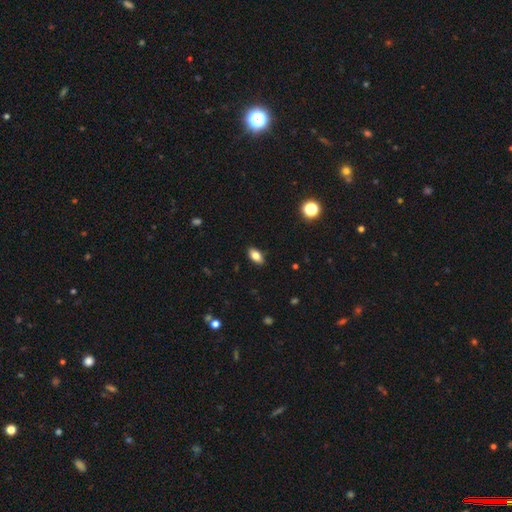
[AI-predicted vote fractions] smooth_or_featured: smooth (p=0.81) [alt: featured or disk p=0.10]
how_rounded: in between (p=0.90) [alt: cigar-shaped p=0.05]
merging: none (p=0.89) [alt: minor disturbance p=0.08]